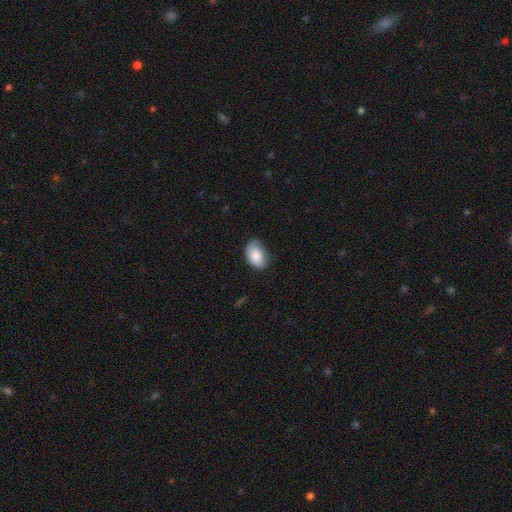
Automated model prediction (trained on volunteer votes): Smooth or featured?
  - smooth: 86% *
  - featured or disk: 7%
  - star or artifact: 7%
How rounded?
  - in between: 88% *
  - round: 10%
  - cigar-shaped: 1%
Merging?
  - none: 67% *
  - minor disturbance: 27%
  - major disturbance: 5%
  - merger: 1%